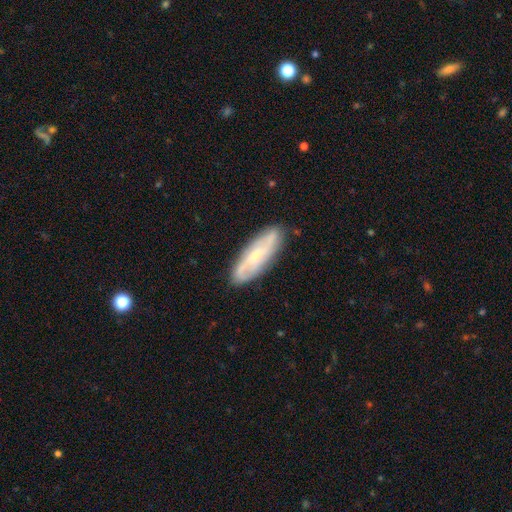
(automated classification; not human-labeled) Overall: featured or disk (59%; smooth 35%). Edge-on disk: no (76%). Merging: none (84%).